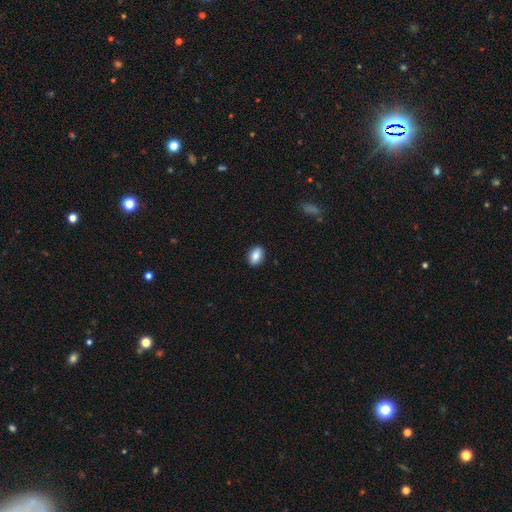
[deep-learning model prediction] Smooth or featured?
  - smooth: 85% *
  - featured or disk: 7%
  - star or artifact: 7%
How rounded?
  - in between: 88% *
  - round: 9%
  - cigar-shaped: 3%
Merging?
  - none: 89% *
  - minor disturbance: 8%
  - major disturbance: 2%
  - merger: 1%